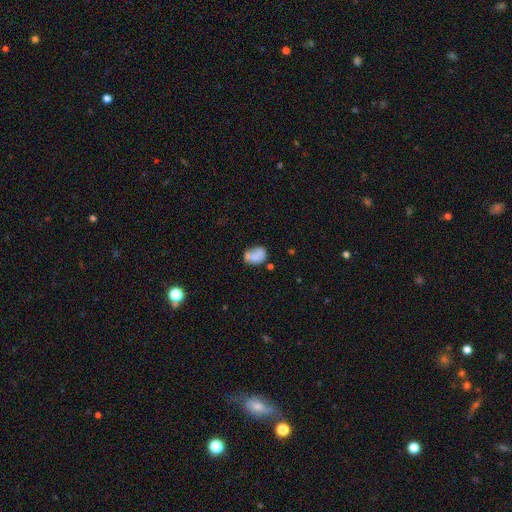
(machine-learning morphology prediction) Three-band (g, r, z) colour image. It shows a smooth galaxy with no disk features (76%) that is in between round and cigar-shaped (76%). Merging: none (42%).